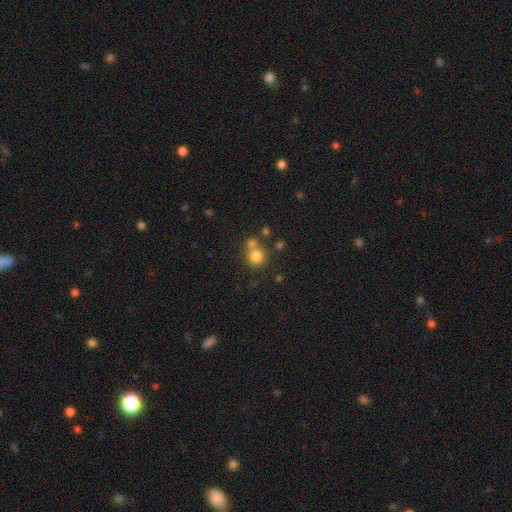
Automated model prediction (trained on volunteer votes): Smooth or featured? smooth (79%)
How rounded? round (91%)
Merging? none (59%)